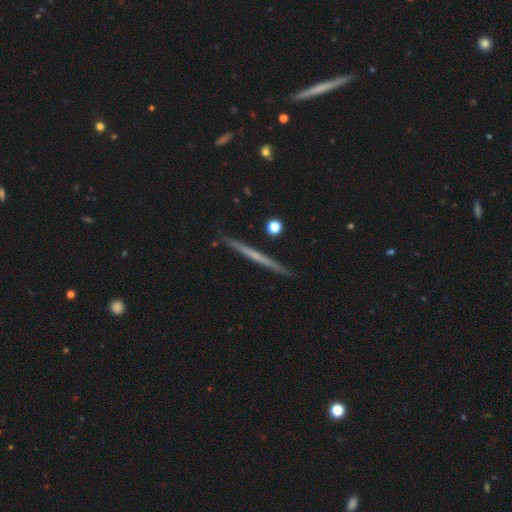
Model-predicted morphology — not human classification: smooth-or-featured: featured or disk: 58% | smooth: 36% | star or artifact: 6%
  disk-edge-on: yes: 97% | no: 3%
    edge-on-bulge: none: 83% | rounded: 13% | boxy: 3%
  merging: none: 91% | minor disturbance: 6% | merger: 1% | major disturbance: 1%